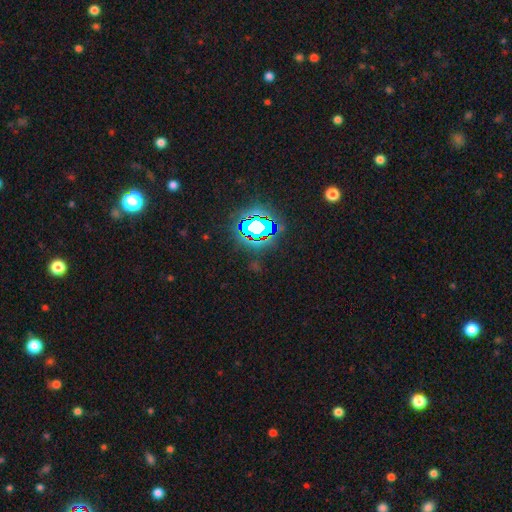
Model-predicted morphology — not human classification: smooth-or-featured: star or artifact: 80% | smooth: 12% | featured or disk: 8%